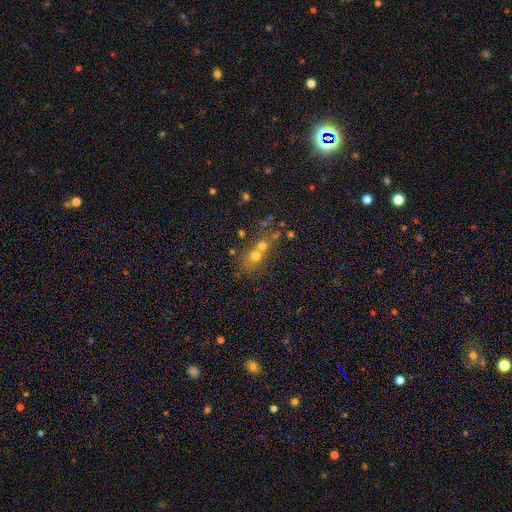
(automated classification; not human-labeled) Morphology: type=smooth (56%); roundness=round (68%); merging=merger (58%).